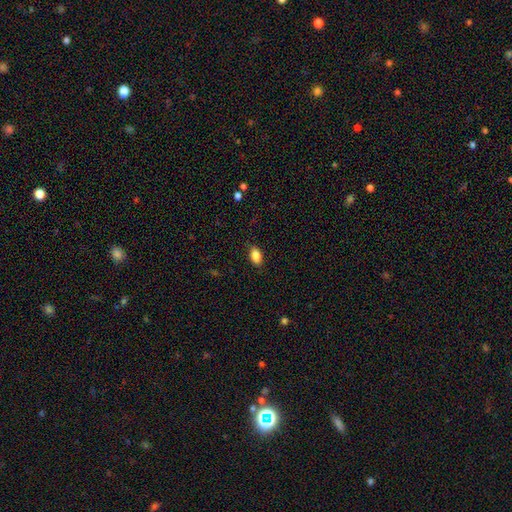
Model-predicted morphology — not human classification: smooth_or_featured: smooth (p=0.87) [alt: star or artifact p=0.08]
how_rounded: in between (p=0.90) [alt: round p=0.07]
merging: none (p=0.86) [alt: minor disturbance p=0.10]